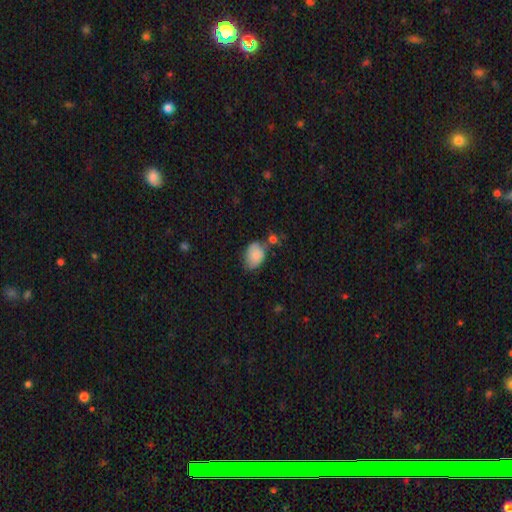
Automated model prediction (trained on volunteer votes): Smooth or featured? Predicted: smooth (p=0.81). How rounded? Predicted: in between (p=0.75). Merging? Predicted: none (p=0.55).